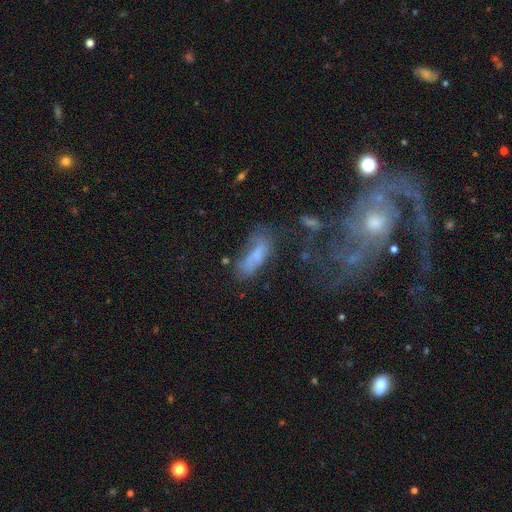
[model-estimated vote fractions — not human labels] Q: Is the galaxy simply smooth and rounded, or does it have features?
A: smooth — 59%.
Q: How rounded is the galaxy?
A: in between — 66%.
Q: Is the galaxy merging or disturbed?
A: none — 37%.